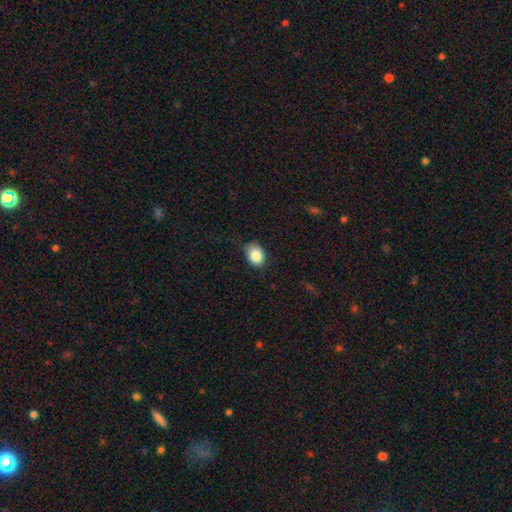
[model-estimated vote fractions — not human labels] The model was most divided on "how rounded": in between: 67%, round: 32%, cigar-shaped: 1%. More confident: smooth or featured — smooth (86%); merging — none (75%).